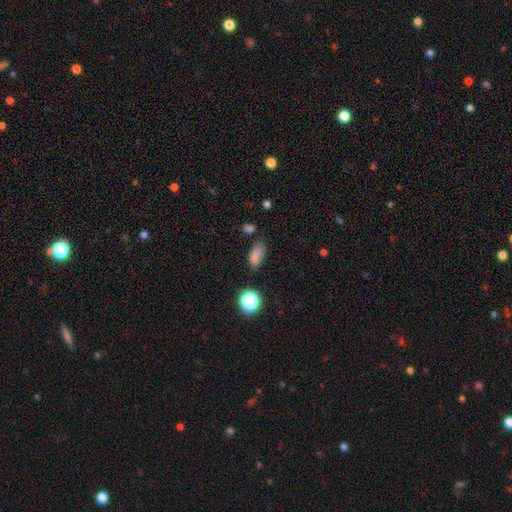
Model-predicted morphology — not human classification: This appears to be a smooth galaxy with no disk features (79%) that is in between round and cigar-shaped (86%). Merging: none (68%).